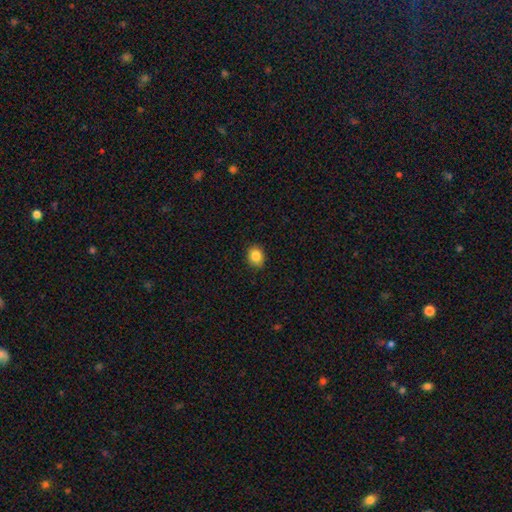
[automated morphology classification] A smooth galaxy with no disk features (85%) that is round (58%). Merging: none (86%).